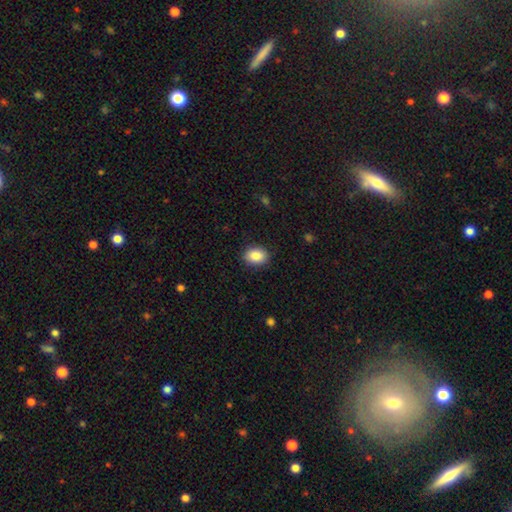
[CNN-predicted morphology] Overall: smooth (88%). How rounded: in between (72%). Merging: none (89%).